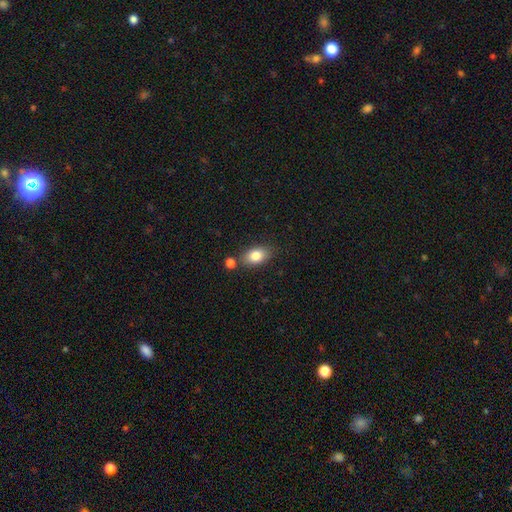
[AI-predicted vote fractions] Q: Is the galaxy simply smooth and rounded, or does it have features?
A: smooth — 82%.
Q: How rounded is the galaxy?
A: in between — 85%.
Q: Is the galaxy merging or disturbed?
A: none — 76%.